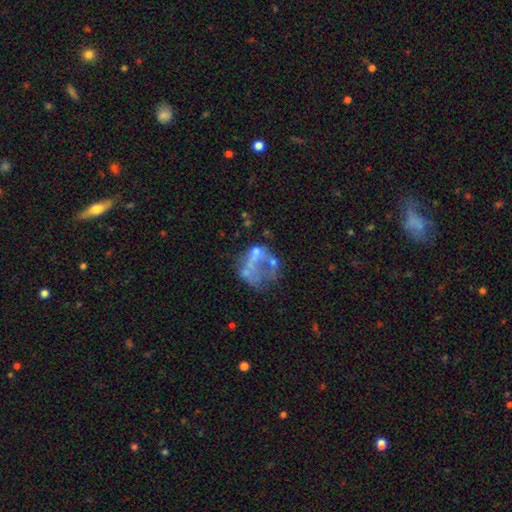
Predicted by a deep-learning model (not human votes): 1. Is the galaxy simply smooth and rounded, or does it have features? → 56% featured or disk, 29% smooth, 15% star or artifact.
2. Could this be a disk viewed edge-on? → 98% no, 2% yes.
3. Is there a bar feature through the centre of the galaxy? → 92% no, 6% weak, 2% strong.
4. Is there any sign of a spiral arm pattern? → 93% no, 7% yes.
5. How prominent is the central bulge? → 78% none, 10% small, 9% moderate, 2% large, 1% dominant.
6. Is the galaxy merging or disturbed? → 34% major disturbance, 29% none, 23% merger, 14% minor disturbance.